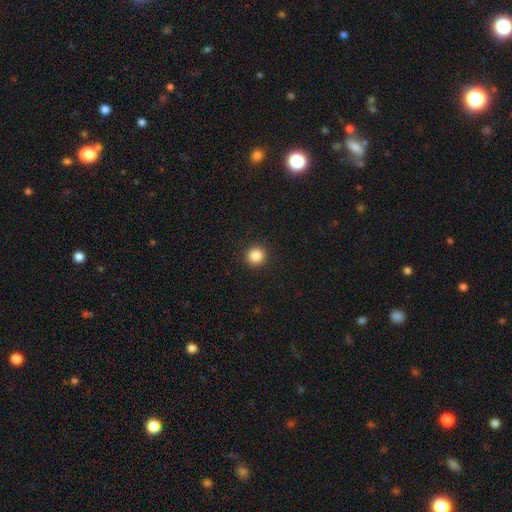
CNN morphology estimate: A smooth galaxy with no disk features (86%) that is round (93%).

Vote fractions:
- Smooth or featured? smooth: 86% / star or artifact: 11% / featured or disk: 4%
- How rounded? round: 93% / in between: 6% / cigar-shaped: 1%
- Merging? none: 93% / minor disturbance: 5% / major disturbance: 2% / merger: 1%